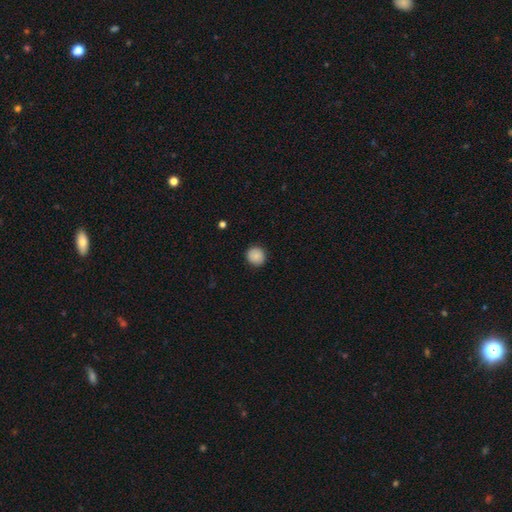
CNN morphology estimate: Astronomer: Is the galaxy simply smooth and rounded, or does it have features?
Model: smooth — 85%.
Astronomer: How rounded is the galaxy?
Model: round — 91%.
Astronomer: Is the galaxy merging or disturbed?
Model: none — 89%.